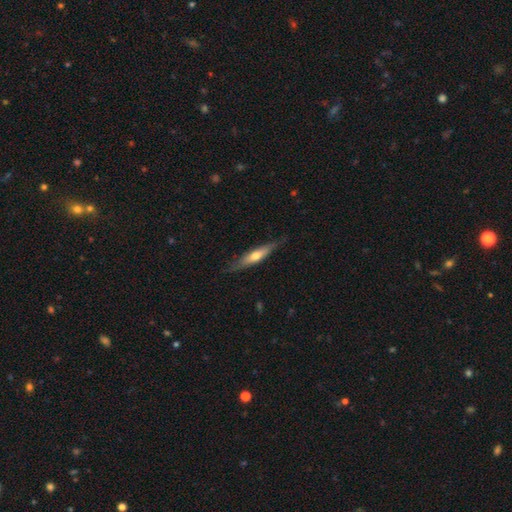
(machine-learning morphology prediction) Q: Smooth or featured?
A: smooth (49%); runner-up: featured or disk (46%)
Q: Merging?
A: none (76%); runner-up: minor disturbance (19%)